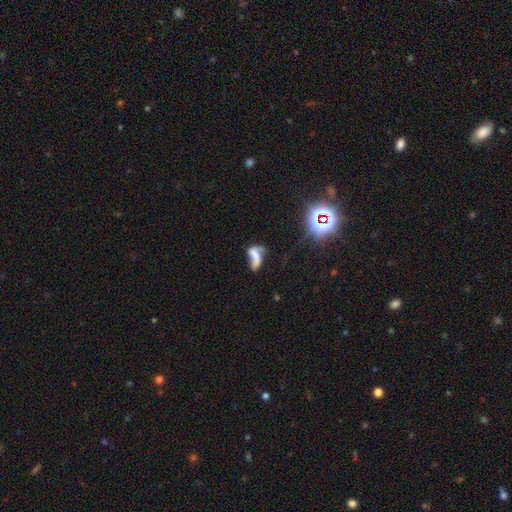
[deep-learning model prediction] A featured or disk galaxy (47%). Merging: none (28%).